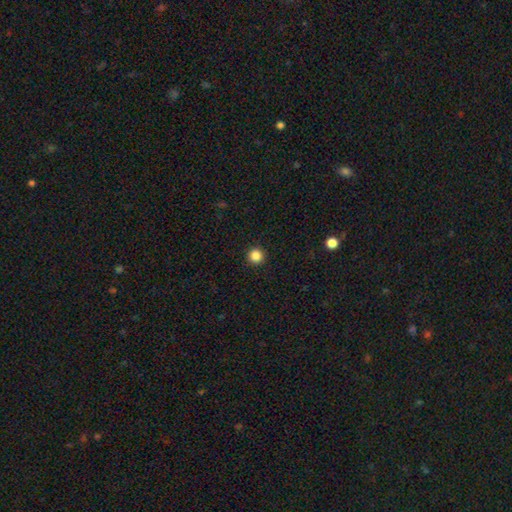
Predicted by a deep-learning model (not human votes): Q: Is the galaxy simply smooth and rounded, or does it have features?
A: smooth — 86%.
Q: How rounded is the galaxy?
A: round — 96%.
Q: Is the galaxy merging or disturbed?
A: none — 93%.